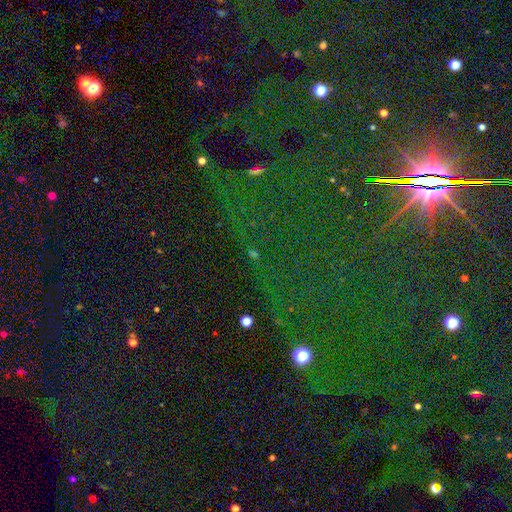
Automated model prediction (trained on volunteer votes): Smooth or featured: star or artifact — 85% (smooth — 8%)